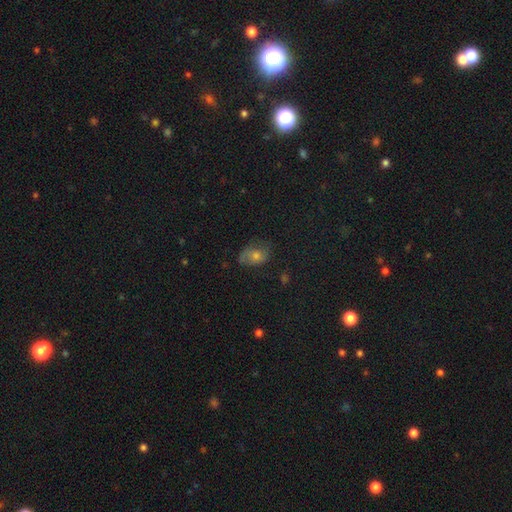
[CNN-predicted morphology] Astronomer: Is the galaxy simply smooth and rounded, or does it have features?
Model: smooth — 49% (runner-up: featured or disk, 34%).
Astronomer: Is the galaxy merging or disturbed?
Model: none — 62%.